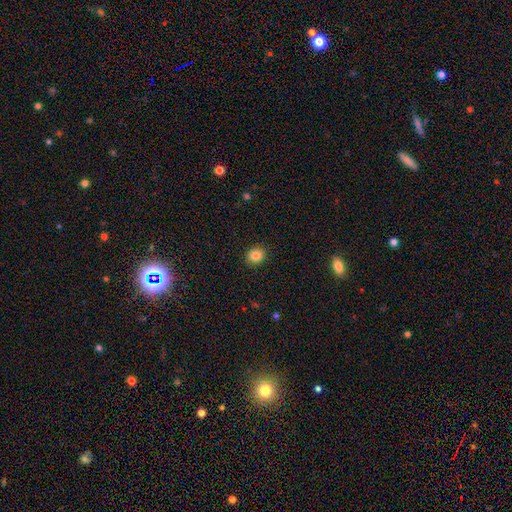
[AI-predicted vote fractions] A smooth galaxy with no disk features (84%) that is round (75%). Merging: none (91%).